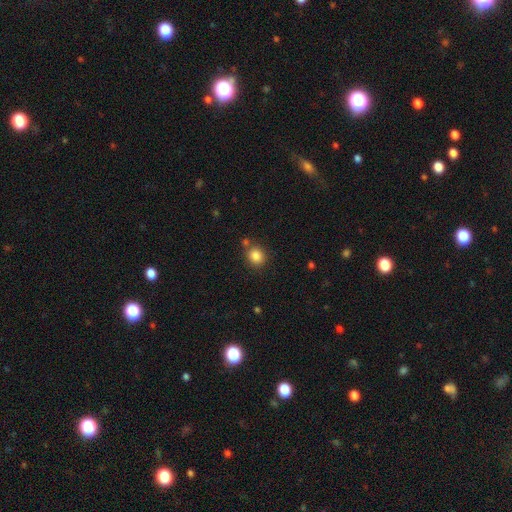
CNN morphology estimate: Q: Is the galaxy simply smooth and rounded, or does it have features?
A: smooth — 84%.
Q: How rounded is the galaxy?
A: round — 77%.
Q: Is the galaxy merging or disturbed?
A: none — 74%.